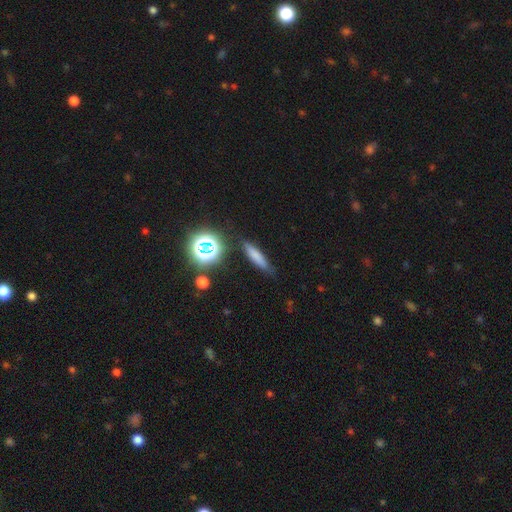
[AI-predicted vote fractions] Q: Smooth or featured?
A: smooth (69%); runner-up: star or artifact (15%)
Q: How rounded?
A: cigar-shaped (80%); runner-up: in between (16%)
Q: Merging?
A: none (82%); runner-up: minor disturbance (12%)